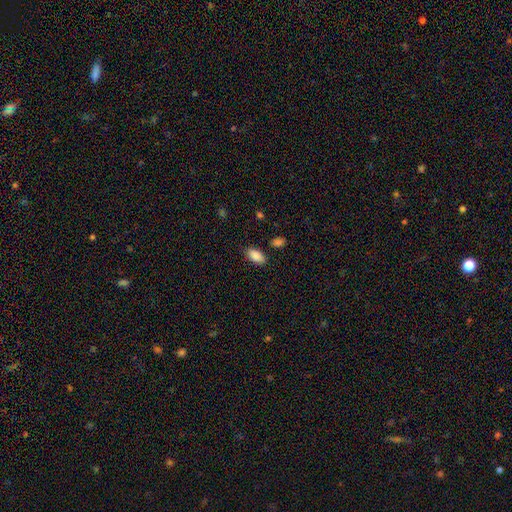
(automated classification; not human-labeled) Q: Smooth or featured?
A: smooth (89%); runner-up: star or artifact (7%)
Q: How rounded?
A: in between (93%); runner-up: cigar-shaped (4%)
Q: Merging?
A: none (84%); runner-up: minor disturbance (11%)